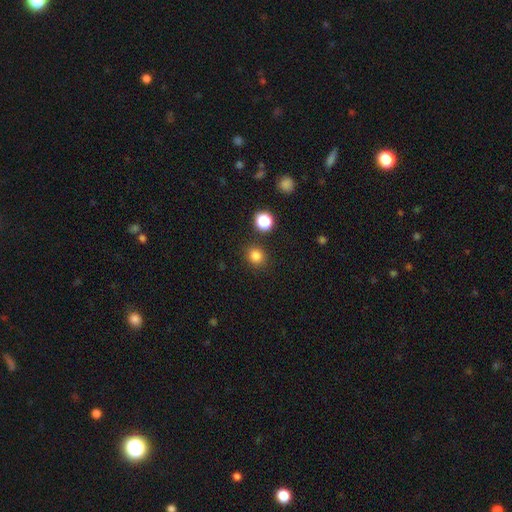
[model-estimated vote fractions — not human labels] Smooth or featured: smooth — 82% (star or artifact — 14%)
How rounded: round — 82% (in between — 17%)
Merging: none — 86% (minor disturbance — 8%)